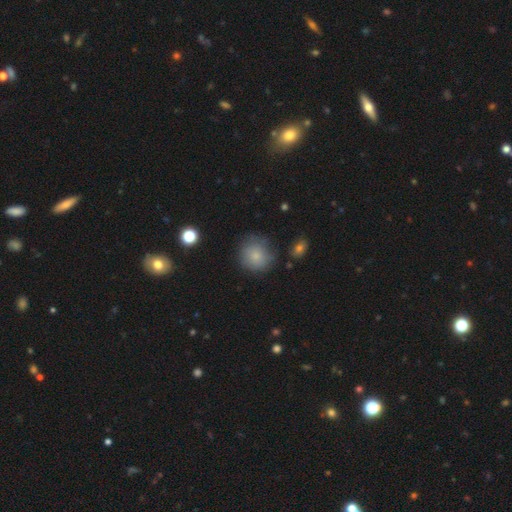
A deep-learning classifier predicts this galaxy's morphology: Smooth or featured: smooth — 80% (featured or disk — 10%)
How rounded: round — 89% (in between — 10%)
Merging: none — 72% (minor disturbance — 19%)